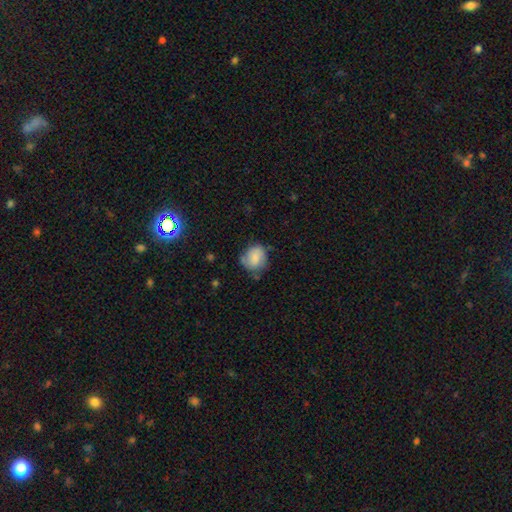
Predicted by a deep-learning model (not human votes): Q: Smooth or featured?
A: smooth (70%); runner-up: featured or disk (22%)
Q: How rounded?
A: round (67%); runner-up: in between (32%)
Q: Merging?
A: none (56%); runner-up: minor disturbance (30%)